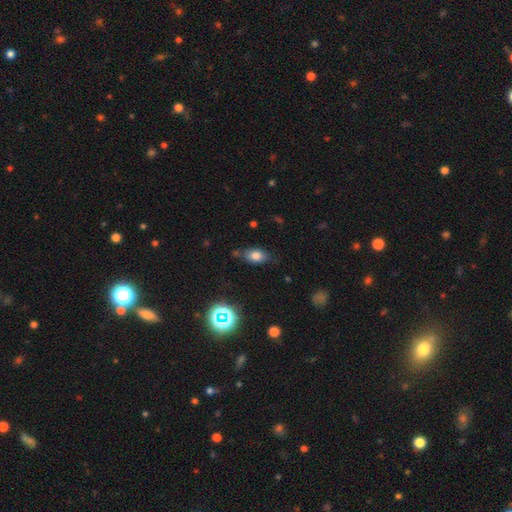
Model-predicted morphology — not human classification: type=smooth (75%); roundness=in between (84%); merging=none (72%).